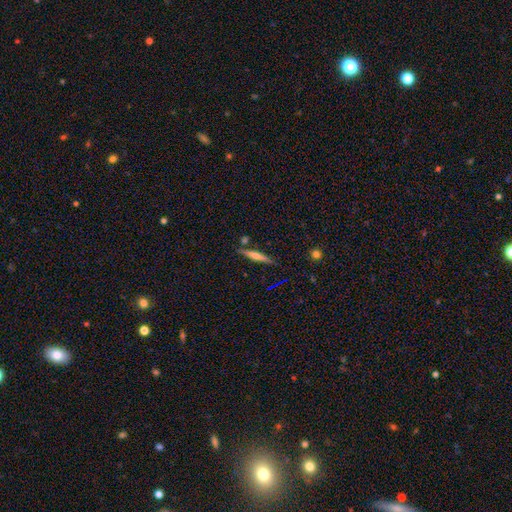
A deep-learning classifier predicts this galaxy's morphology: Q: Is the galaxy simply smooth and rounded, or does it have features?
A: featured or disk — 50%.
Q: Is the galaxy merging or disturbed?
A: none — 82%.